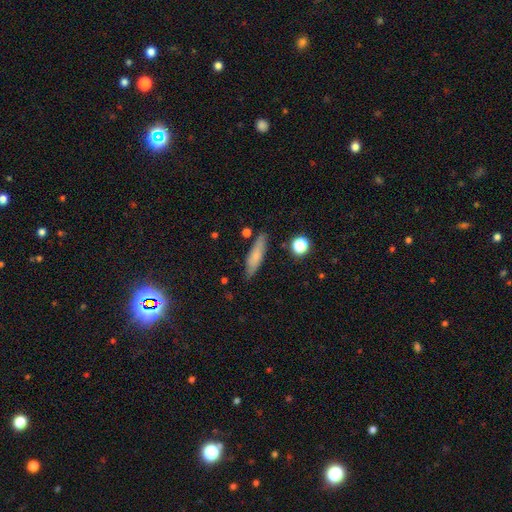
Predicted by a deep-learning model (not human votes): Smooth or featured: smooth — 70% (featured or disk — 22%)
How rounded: cigar-shaped — 68% (in between — 30%)
Merging: none — 82% (minor disturbance — 13%)